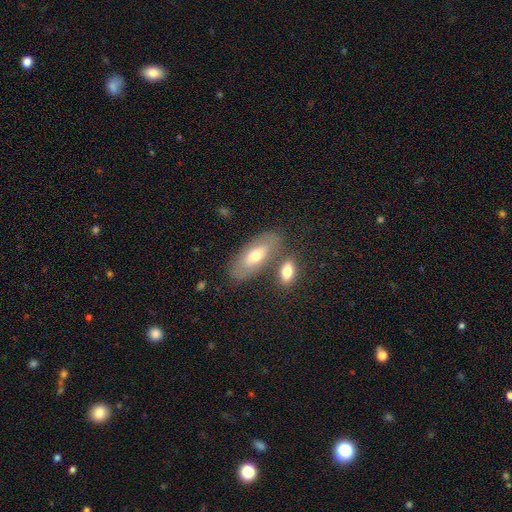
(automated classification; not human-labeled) Smooth or featured? Predicted: smooth (p=0.53). How rounded? Predicted: in between (p=0.83). Merging? Predicted: none (p=0.67).